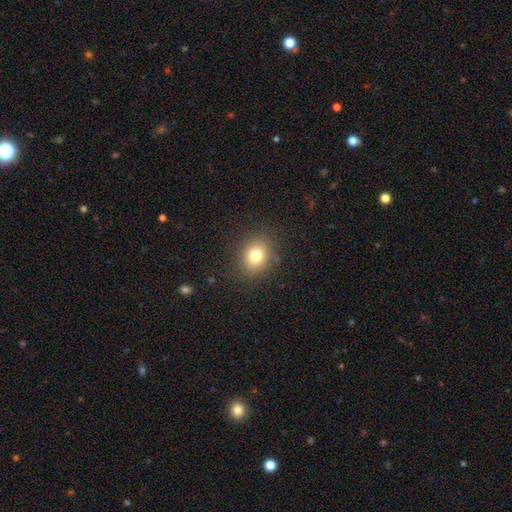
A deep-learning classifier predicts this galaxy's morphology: This appears to be a smooth galaxy with no disk features (78%) that is round (63%). Merging: none (84%).